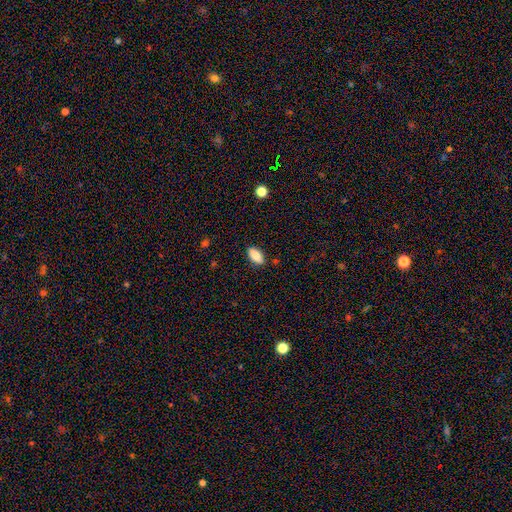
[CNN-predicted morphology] type=smooth (85%); roundness=in between (86%); merging=none (86%).